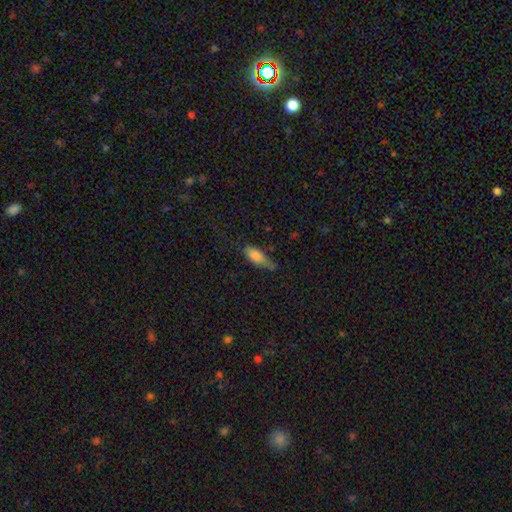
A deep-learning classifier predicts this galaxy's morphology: Smooth or featured? smooth (82%)
How rounded? in between (71%)
Merging? none (46%)